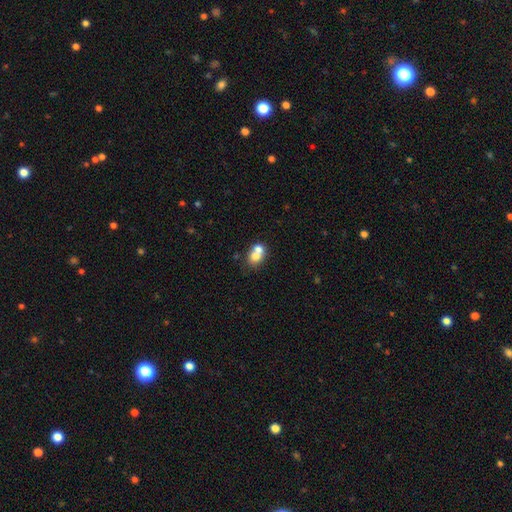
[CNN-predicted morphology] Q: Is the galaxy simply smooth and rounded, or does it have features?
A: smooth — 70%.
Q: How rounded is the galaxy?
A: round — 55%.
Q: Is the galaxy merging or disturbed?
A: merger — 61%.